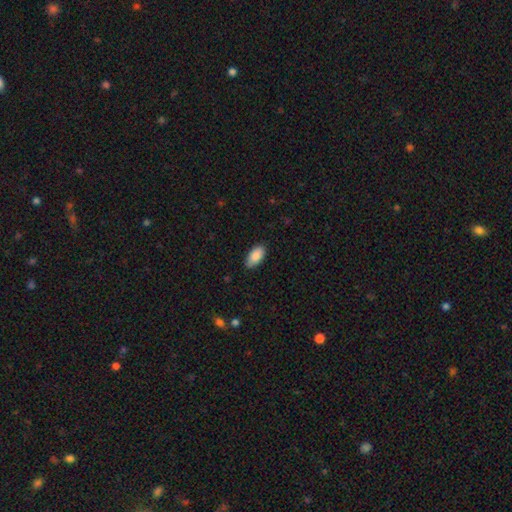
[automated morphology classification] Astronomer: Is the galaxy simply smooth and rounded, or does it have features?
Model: smooth — 89%.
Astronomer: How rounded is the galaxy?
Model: in between — 94%.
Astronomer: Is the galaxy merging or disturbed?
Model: none — 85%.